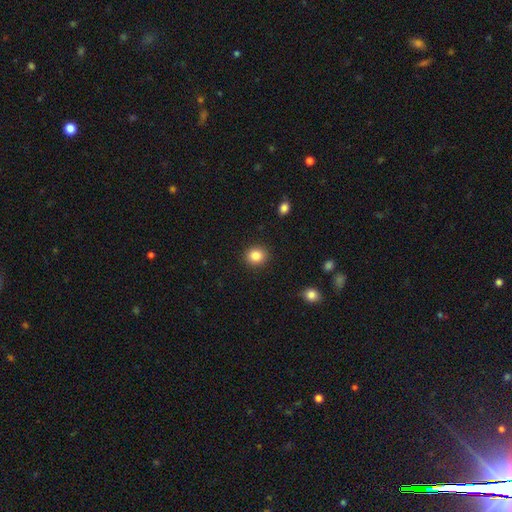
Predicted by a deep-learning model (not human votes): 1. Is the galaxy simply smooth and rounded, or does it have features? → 85% smooth, 10% star or artifact, 5% featured or disk.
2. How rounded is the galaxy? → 83% round, 17% in between, 1% cigar-shaped.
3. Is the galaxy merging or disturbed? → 91% none, 6% minor disturbance, 2% major disturbance, 1% merger.